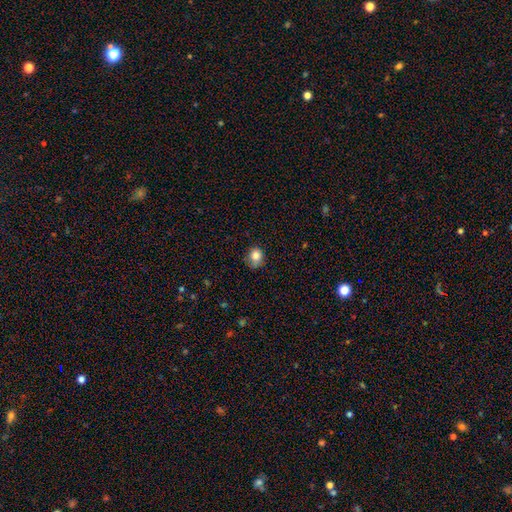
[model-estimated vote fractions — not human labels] Smooth or featured: smooth — 83% (star or artifact — 10%)
How rounded: round — 65% (in between — 34%)
Merging: none — 67% (minor disturbance — 26%)